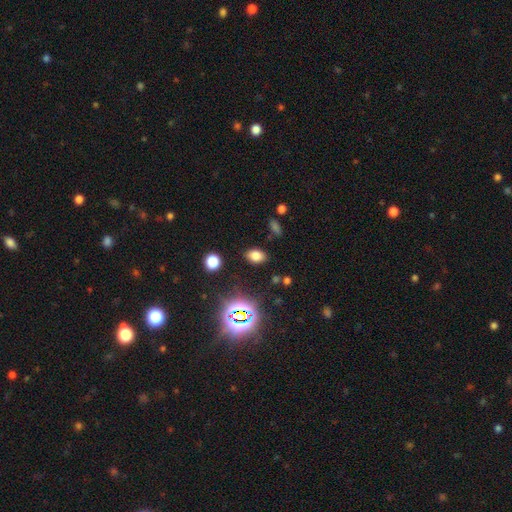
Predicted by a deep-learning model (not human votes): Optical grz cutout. It shows a smooth galaxy with no disk features (73%) that is in between round and cigar-shaped (81%). Merging: none (84%).